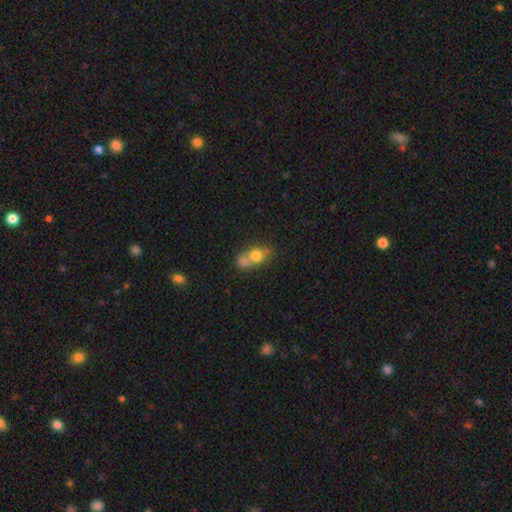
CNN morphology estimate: A smooth galaxy with no disk features (71%) that is round (62%).

Vote fractions:
- Smooth or featured? smooth: 71% / featured or disk: 18% / star or artifact: 11%
- How rounded? round: 62% / in between: 35% / cigar-shaped: 3%
- Merging? merger: 58% / none: 28% / minor disturbance: 9% / major disturbance: 6%